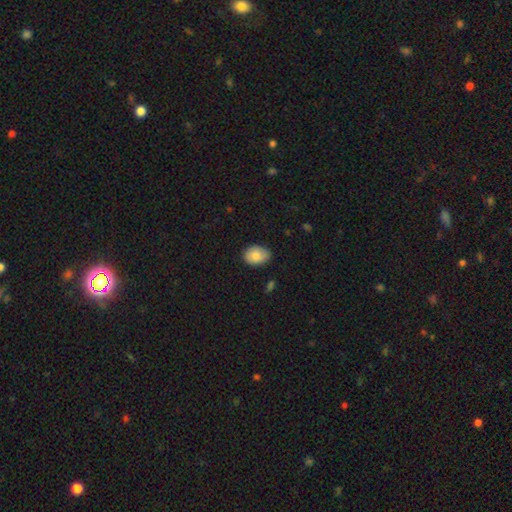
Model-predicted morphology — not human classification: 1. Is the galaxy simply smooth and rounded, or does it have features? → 83% smooth, 10% featured or disk, 7% star or artifact.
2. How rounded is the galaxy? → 80% in between, 19% round, 1% cigar-shaped.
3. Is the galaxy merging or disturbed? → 78% none, 18% minor disturbance, 3% major disturbance, 1% merger.